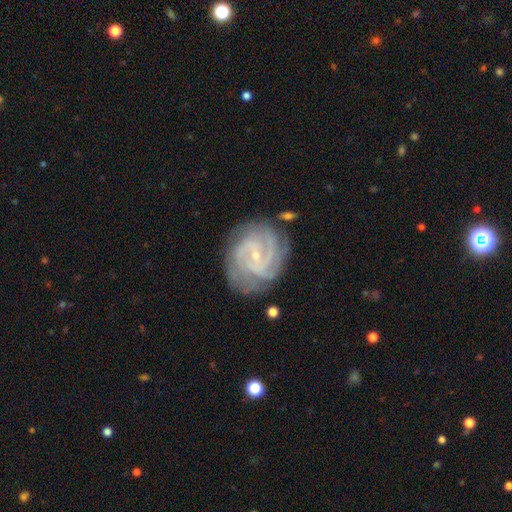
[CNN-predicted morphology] The model was most divided on "spiral arm count": 3: 27%, 2: 23%, 4: 21%, can't tell: 17%, more than 4: 6%, 1: 6%. Remaining: spiral arms — yes (98%); edge-on disk — no (97%); smooth or featured — featured or disk (88%); bulge size — small (84%); merging — none (76%); spiral winding — tight (64%); bar — no (48%).